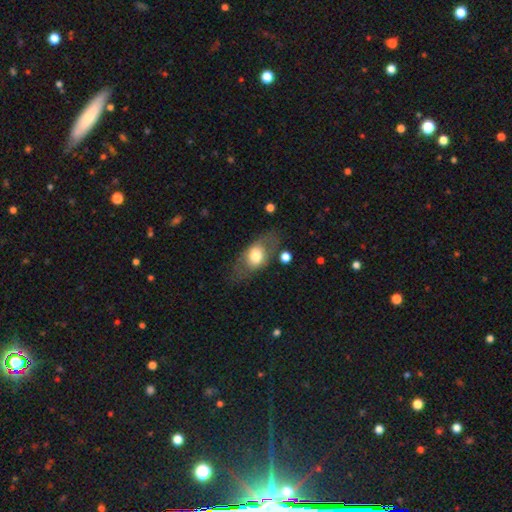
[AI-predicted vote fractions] smooth-or-featured: smooth: 59% | featured or disk: 34% | star or artifact: 7%
  how-rounded: in between: 77% | round: 19% | cigar-shaped: 4%
  merging: none: 67% | minor disturbance: 18% | major disturbance: 12% | merger: 3%